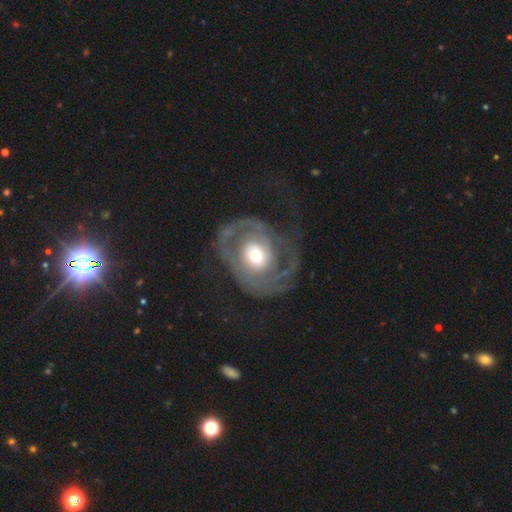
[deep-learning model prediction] Smooth or featured? Predicted: featured or disk (p=0.78). Edge-on disk? Predicted: no (p=0.97). Bar? Predicted: no (p=0.76). Spiral arms? Predicted: yes (p=0.74). Spiral winding? Predicted: tight (p=0.44). Spiral arm count? Predicted: 2 (p=0.52). Bulge size? Predicted: moderate (p=0.65). Merging? Predicted: none (p=0.50).